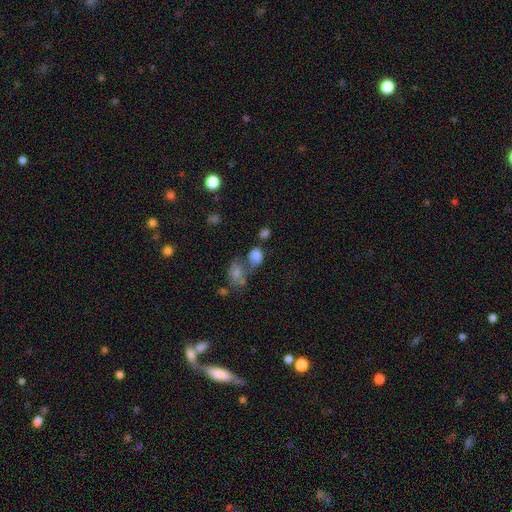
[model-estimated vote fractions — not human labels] Morphology: type=smooth (77%); roundness=in between (58%); merging=none (39%).